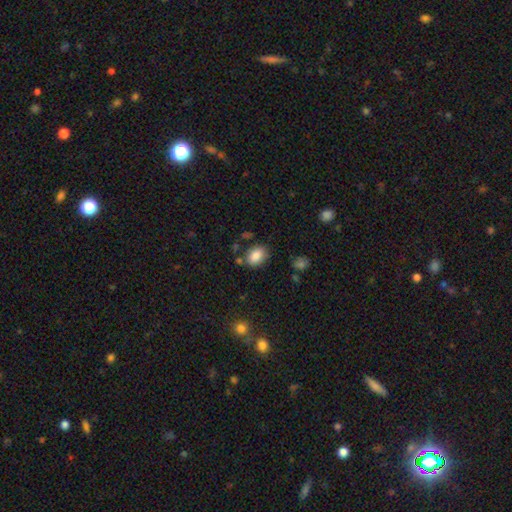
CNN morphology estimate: smooth_or_featured: smooth (p=0.85) [alt: star or artifact p=0.08]
how_rounded: in between (p=0.79) [alt: round p=0.20]
merging: none (p=0.74) [alt: minor disturbance p=0.15]